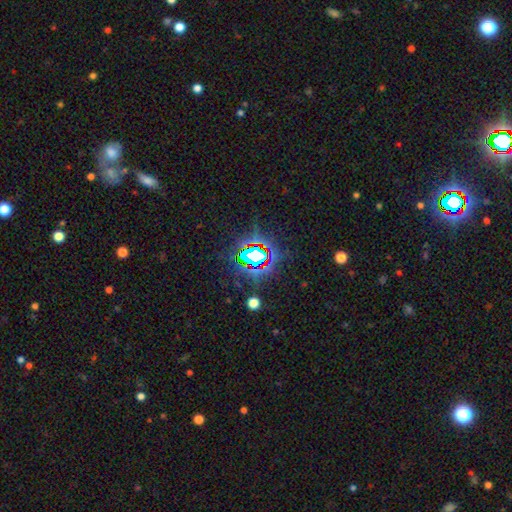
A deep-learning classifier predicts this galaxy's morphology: Smooth or featured?
  - star or artifact: 75% *
  - smooth: 14%
  - featured or disk: 11%